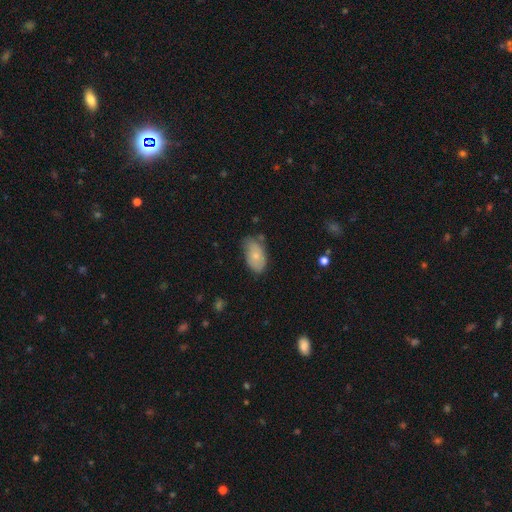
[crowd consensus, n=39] Smooth or featured?
  - smooth: 79% *
  - featured or disk: 21%
  - star or artifact: 0%
How rounded?
  - in between: 100% *
  - round: 0%
  - cigar-shaped: 0%
Merging?
  - none: 46% * (tied)
  - minor disturbance: 46% * (tied)
  - merger: 5%
  - major disturbance: 3%